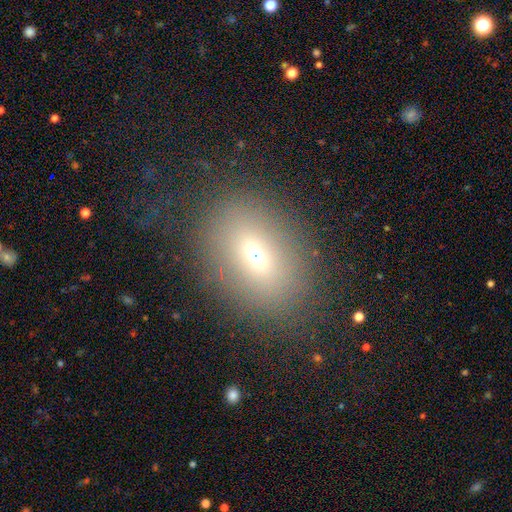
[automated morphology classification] A smooth galaxy with no disk features (65%) that is in between round and cigar-shaped (73%). Merging: none (81%).